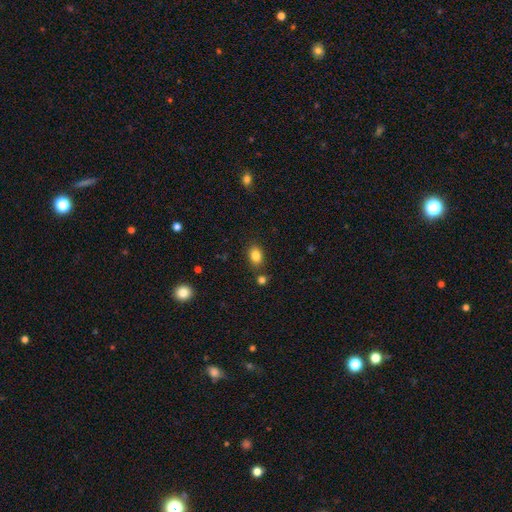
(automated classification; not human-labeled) Smooth or featured?
  - smooth: 84% *
  - star or artifact: 10%
  - featured or disk: 6%
How rounded?
  - in between: 73% *
  - round: 25%
  - cigar-shaped: 1%
Merging?
  - none: 80% *
  - minor disturbance: 11%
  - merger: 6%
  - major disturbance: 3%